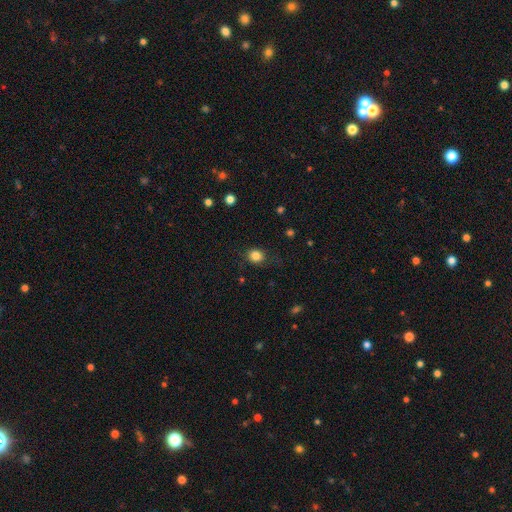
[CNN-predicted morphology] Smooth or featured?
  - smooth: 84% *
  - star or artifact: 11%
  - featured or disk: 5%
How rounded?
  - round: 73% *
  - in between: 26%
  - cigar-shaped: 1%
Merging?
  - none: 77% *
  - minor disturbance: 16%
  - major disturbance: 6%
  - merger: 1%